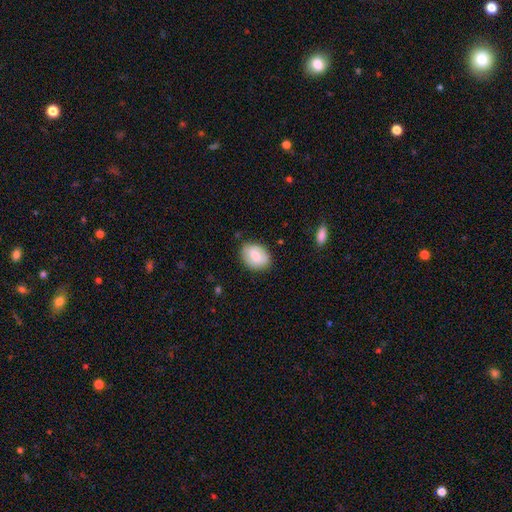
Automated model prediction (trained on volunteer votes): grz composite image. It shows a smooth galaxy with no disk features (67%) that is in between round and cigar-shaped (64%). Merging: none (77%).